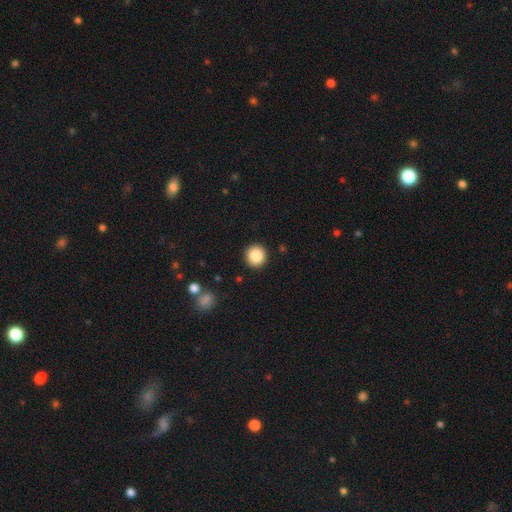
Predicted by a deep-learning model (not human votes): Q: Smooth or featured?
A: smooth (86%); runner-up: star or artifact (9%)
Q: How rounded?
A: round (93%); runner-up: in between (6%)
Q: Merging?
A: none (92%); runner-up: minor disturbance (5%)